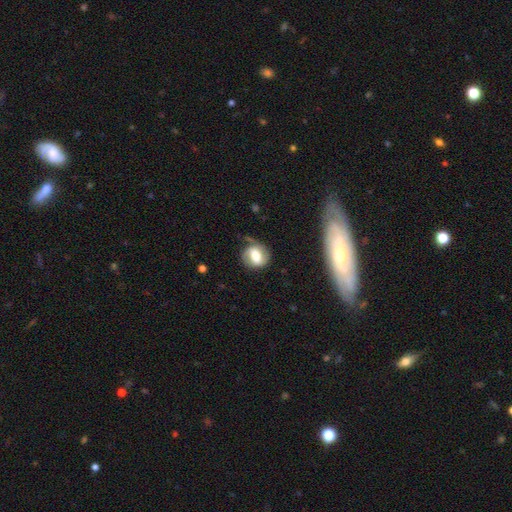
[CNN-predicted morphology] type=featured or disk (51%); edge-on=no (96%); merging=none (62%).